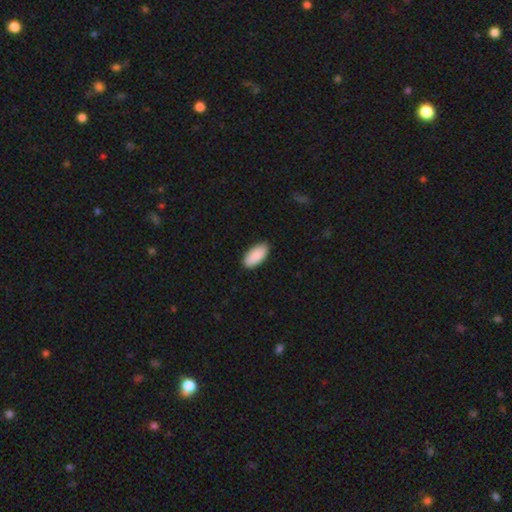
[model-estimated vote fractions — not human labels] A smooth galaxy with no disk features (91%) that is in between round and cigar-shaped (93%).

Vote fractions:
- Smooth or featured? smooth: 91% / star or artifact: 6% / featured or disk: 4%
- How rounded? in between: 93% / cigar-shaped: 6% / round: 2%
- Merging? none: 87% / minor disturbance: 10% / major disturbance: 2% / merger: 1%